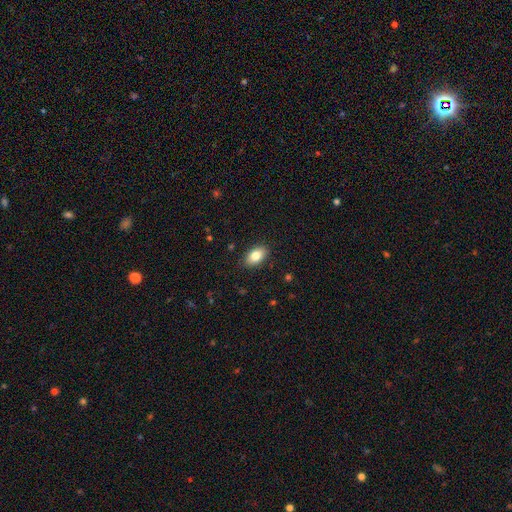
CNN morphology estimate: This appears to be a smooth galaxy with no disk features (83%) that is in between round and cigar-shaped (91%). Merging: none (87%).